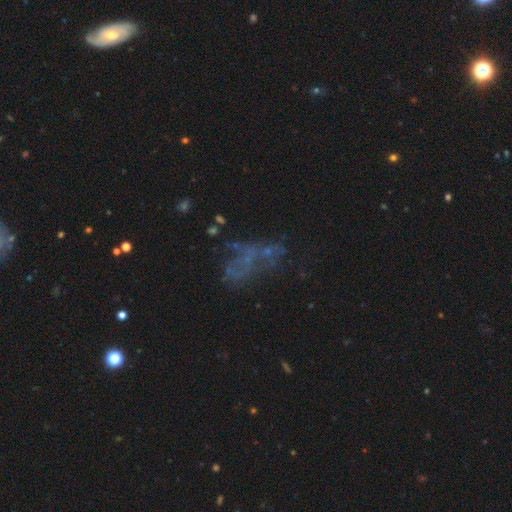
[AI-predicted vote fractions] Smooth or featured: featured or disk — 42% (star or artifact — 34%)
Merging: none — 42% (major disturbance — 30%)